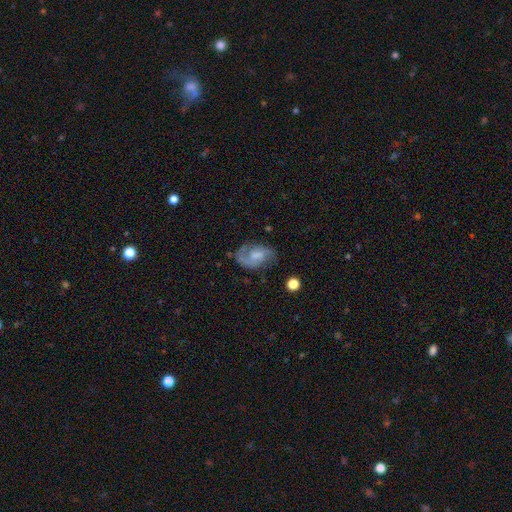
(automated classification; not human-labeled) This is likely a featured or disk galaxy (72%). It is clearly not viewed edge-on (97%). Bar: possibly weak (51%). Spiral arm pattern: clearly yes (91%). Spiral arm count: likely 2 (74%). Spiral winding: possibly medium (50%). Central bulge: marginally moderate (32%). Merging: likely none (64%).